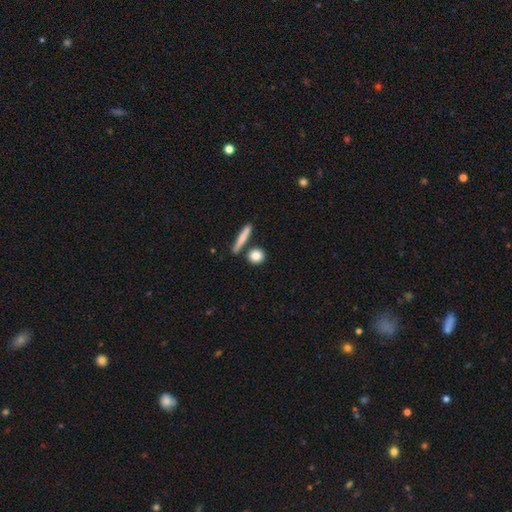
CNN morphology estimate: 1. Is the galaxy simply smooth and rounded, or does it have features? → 84% smooth, 9% featured or disk, 7% star or artifact.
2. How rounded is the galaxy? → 66% round, 21% in between, 13% cigar-shaped.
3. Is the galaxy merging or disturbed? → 77% none, 10% merger, 9% minor disturbance, 3% major disturbance.